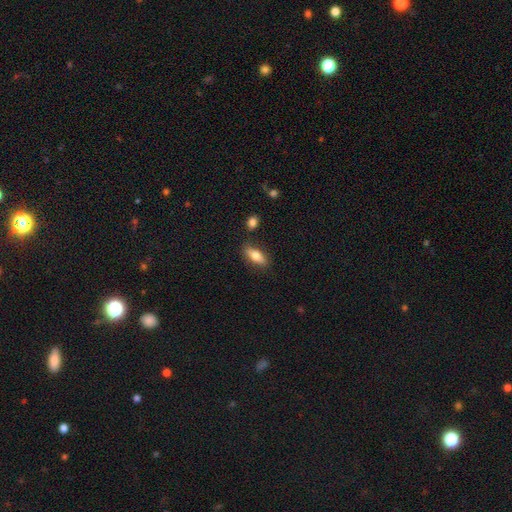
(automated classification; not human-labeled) smooth-or-featured: smooth: 74% | featured or disk: 19% | star or artifact: 7%
  how-rounded: in between: 78% | cigar-shaped: 18% | round: 3%
  merging: none: 81% | minor disturbance: 12% | merger: 4% | major disturbance: 3%